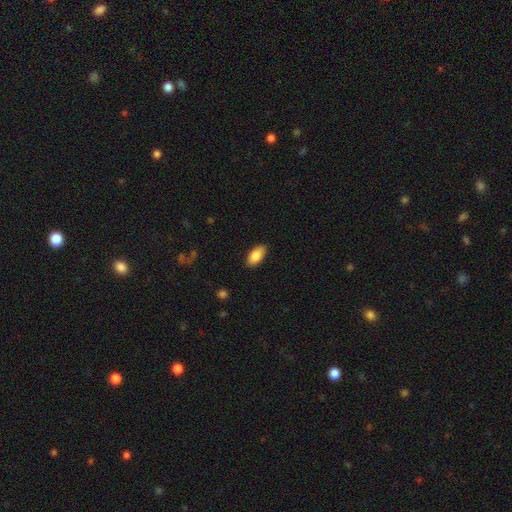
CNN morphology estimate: This is clearly a smooth galaxy (85%). How rounded: clearly in between (92%). Merging: clearly none (88%).